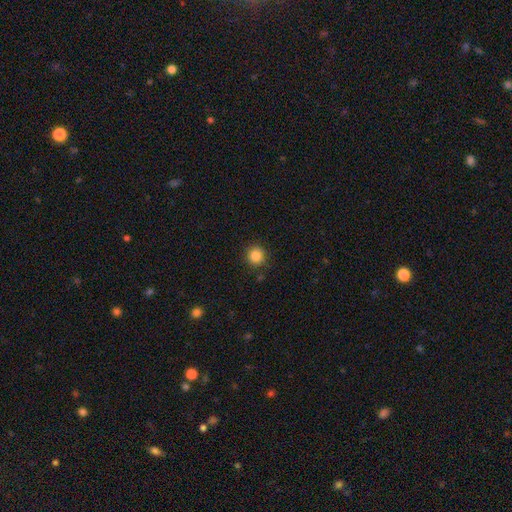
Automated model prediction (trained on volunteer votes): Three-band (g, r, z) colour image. It shows a smooth galaxy with no disk features (86%) that is round (94%). Merging: none (90%).